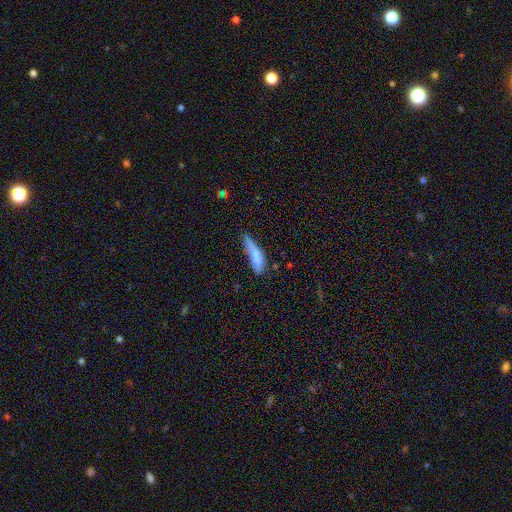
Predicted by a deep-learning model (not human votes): smooth_or_featured: smooth (p=0.73) [alt: featured or disk p=0.20]
how_rounded: cigar-shaped (p=0.68) [alt: in between p=0.30]
merging: none (p=0.38) [alt: minor disturbance p=0.35]